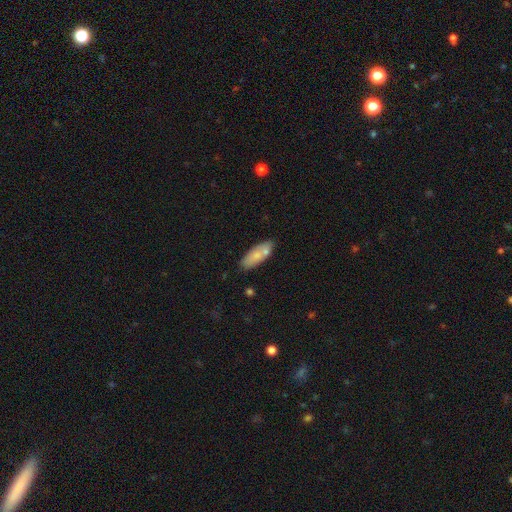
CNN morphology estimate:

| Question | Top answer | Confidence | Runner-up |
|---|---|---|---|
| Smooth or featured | smooth | 73% | featured or disk (20%) |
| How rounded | in between | 73% | cigar-shaped (24%) |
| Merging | none | 67% | minor disturbance (16%) |